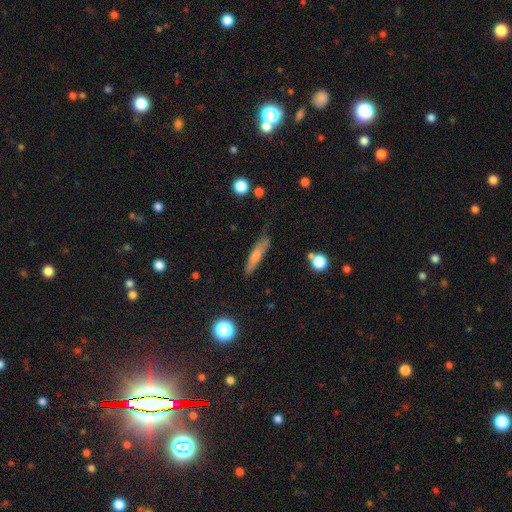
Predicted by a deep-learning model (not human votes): A smooth galaxy with no disk features (58%) that is cigar-shaped (85%).

Vote fractions:
- Smooth or featured? smooth: 58% / featured or disk: 34% / star or artifact: 8%
- How rounded? cigar-shaped: 85% / in between: 12% / round: 3%
- Merging? none: 78% / minor disturbance: 17% / major disturbance: 4% / merger: 2%